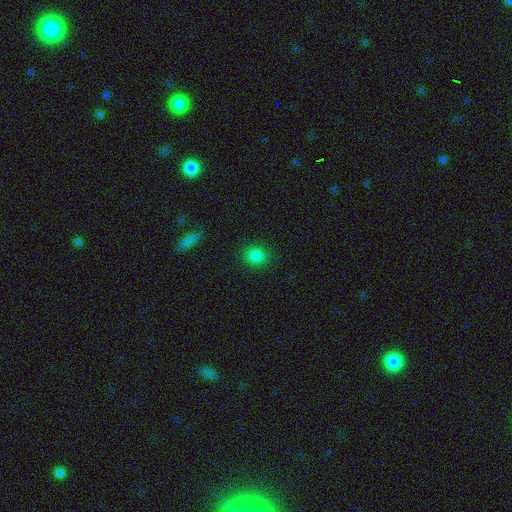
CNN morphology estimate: This is clearly a smooth galaxy (84%). How rounded: likely round (79%). Merging: clearly none (89%).